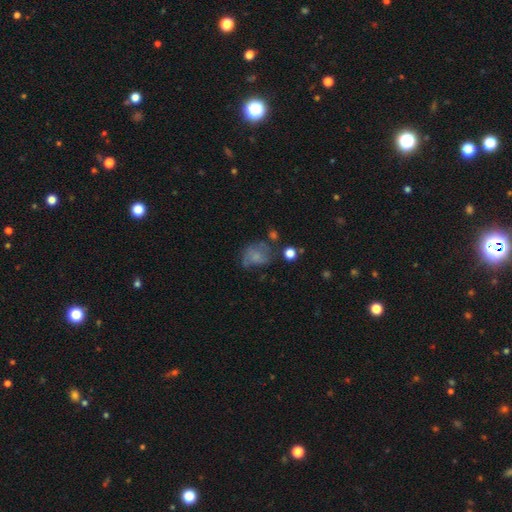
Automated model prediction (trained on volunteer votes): Morphology: type=smooth (49%); merging=none (37%).